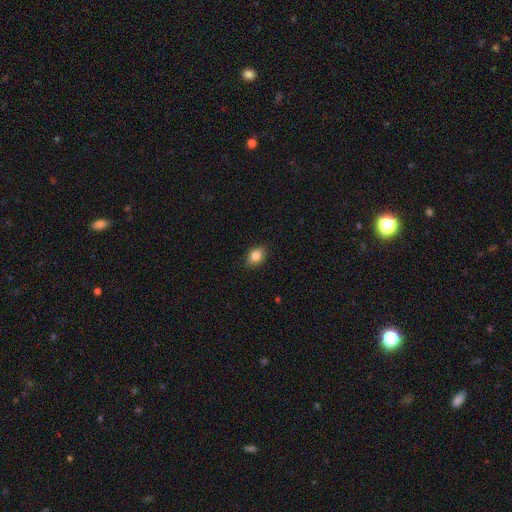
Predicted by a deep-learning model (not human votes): This is clearly a smooth galaxy (84%). How rounded: likely in between (73%). Merging: clearly none (86%).